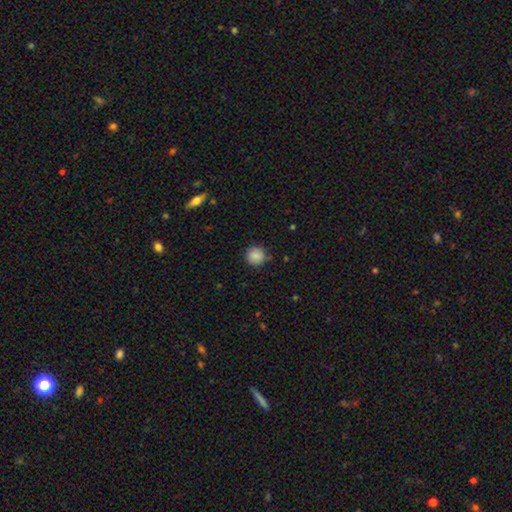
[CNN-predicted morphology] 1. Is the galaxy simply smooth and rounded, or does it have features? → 87% smooth, 9% star or artifact, 4% featured or disk.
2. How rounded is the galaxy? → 94% round, 5% in between, 1% cigar-shaped.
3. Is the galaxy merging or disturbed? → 85% none, 11% minor disturbance, 2% major disturbance, 2% merger.